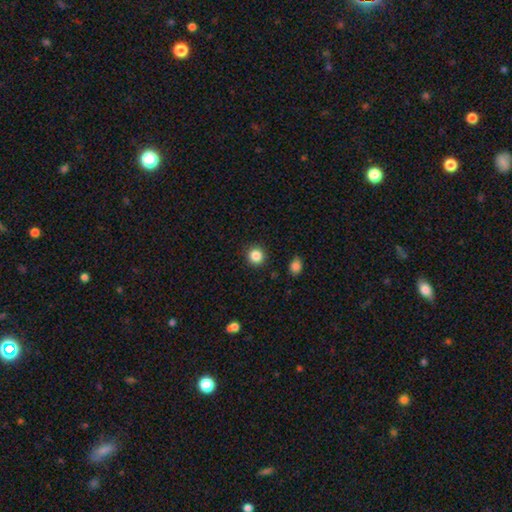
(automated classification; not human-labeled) Morphology: type=smooth (86%); roundness=round (92%); merging=none (91%).